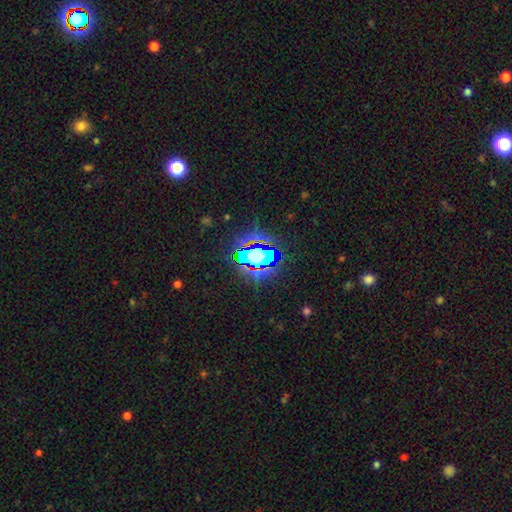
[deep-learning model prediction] Smooth or featured? star or artifact (62%)